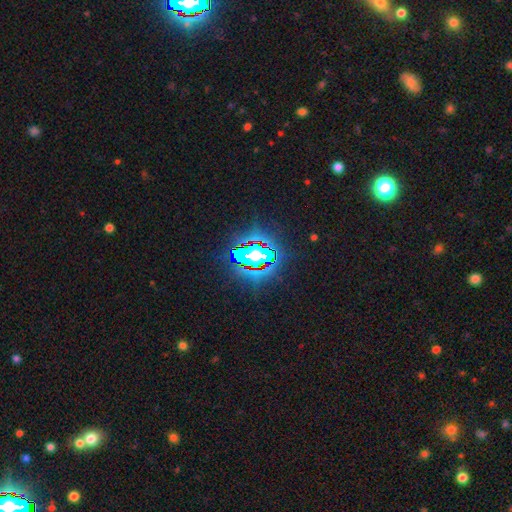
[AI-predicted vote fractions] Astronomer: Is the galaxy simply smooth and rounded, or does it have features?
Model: star or artifact — 82%.